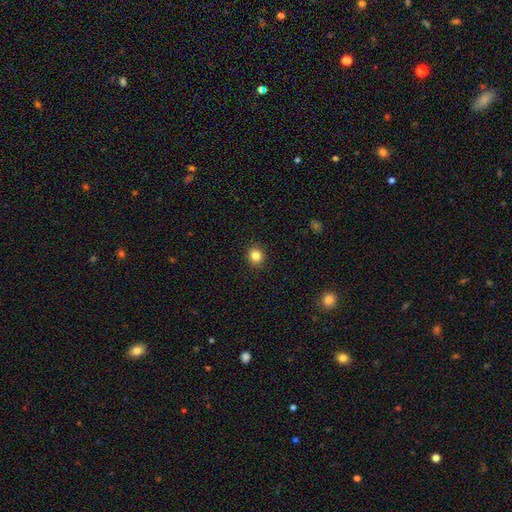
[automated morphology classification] This is clearly a smooth galaxy (84%). How rounded: clearly round (88%). Merging: clearly none (92%).